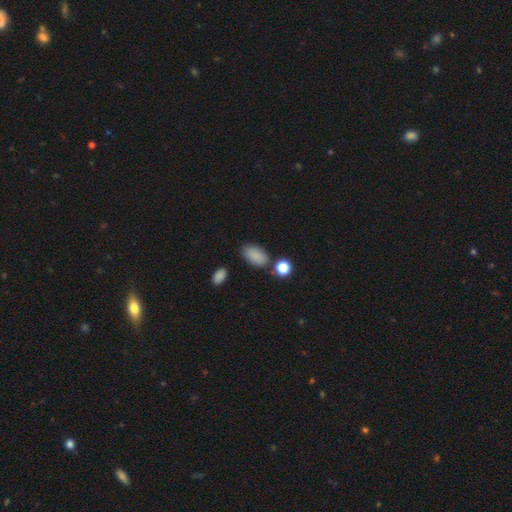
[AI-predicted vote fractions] Smooth or featured? Predicted: smooth (p=0.86). How rounded? Predicted: in between (p=0.92). Merging? Predicted: none (p=0.76).